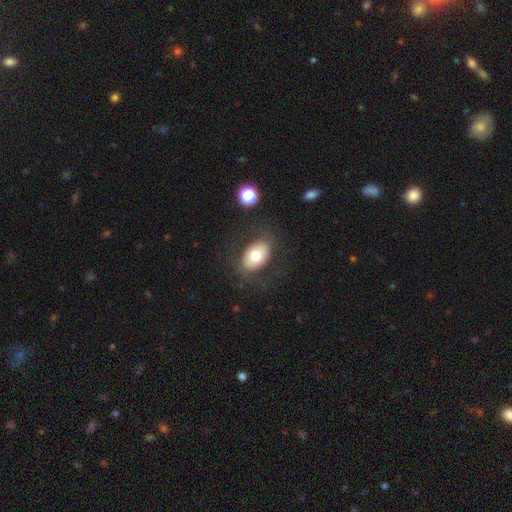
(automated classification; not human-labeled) smooth_or_featured: smooth (p=0.69) [alt: featured or disk p=0.23]
how_rounded: in between (p=0.85) [alt: round p=0.14]
merging: none (p=0.78) [alt: minor disturbance p=0.13]